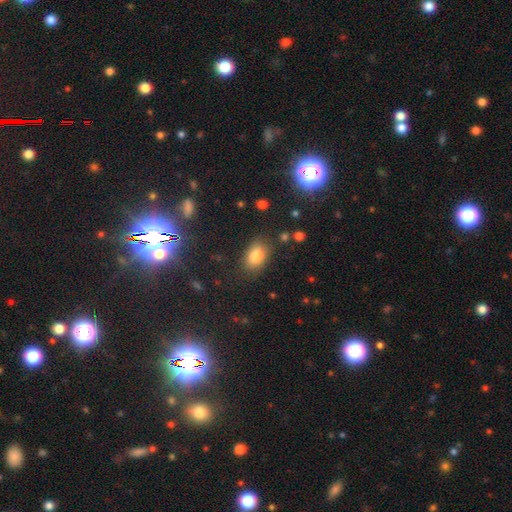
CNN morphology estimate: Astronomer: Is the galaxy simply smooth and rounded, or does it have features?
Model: smooth — 81%.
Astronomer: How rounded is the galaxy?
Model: in between — 85%.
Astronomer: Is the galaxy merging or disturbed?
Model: none — 81%.